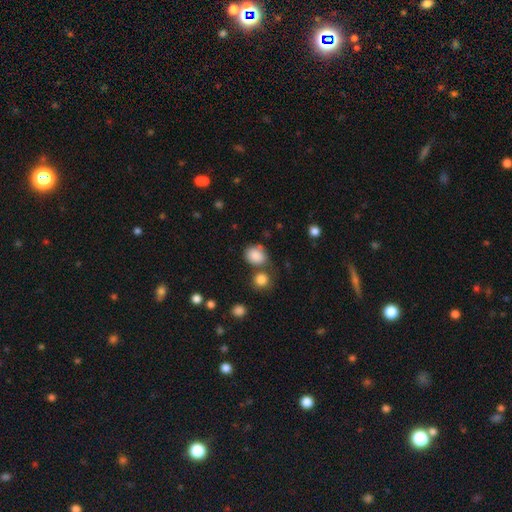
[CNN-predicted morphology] This is clearly a smooth galaxy (86%). How rounded: possibly round (58%). Merging: possibly none (59%).